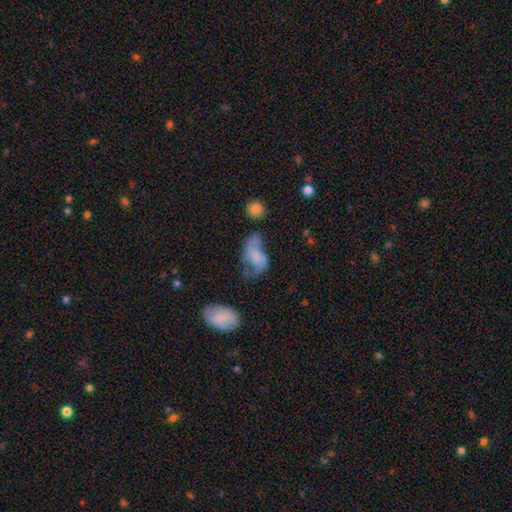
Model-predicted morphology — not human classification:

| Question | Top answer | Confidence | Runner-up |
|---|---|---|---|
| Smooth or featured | smooth | 50% | featured or disk (38%) |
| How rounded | in between | 88% | round (8%) |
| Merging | major disturbance | 37% | none (26%) |